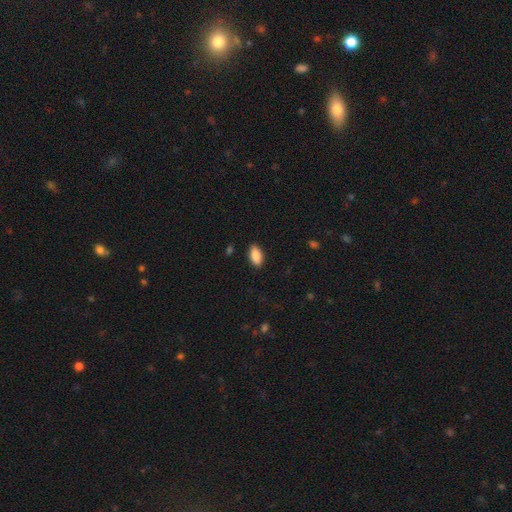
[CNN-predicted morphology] This is clearly a smooth galaxy (88%). How rounded: clearly in between (91%). Merging: clearly none (87%).